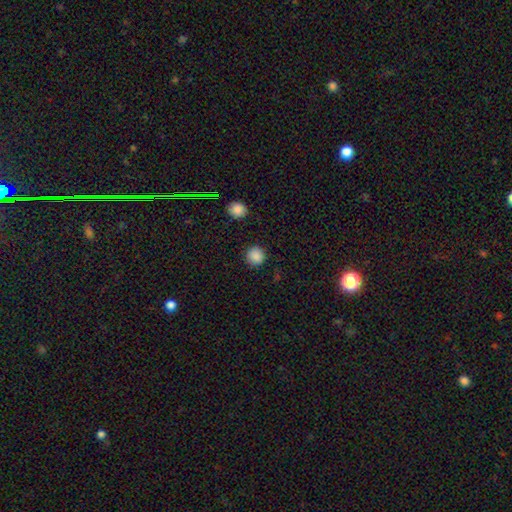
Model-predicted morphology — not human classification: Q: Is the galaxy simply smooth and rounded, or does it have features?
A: smooth — 87%.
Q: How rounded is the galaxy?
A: round — 94%.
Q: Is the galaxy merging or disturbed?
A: none — 89%.